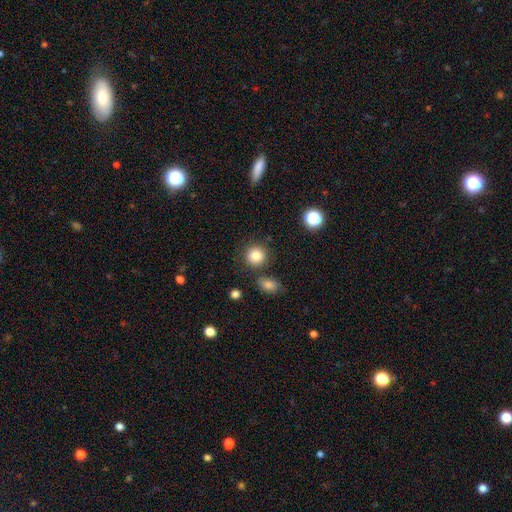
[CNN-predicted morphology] smooth 85%, star or artifact 10%, featured or disk 5%. Down the decision tree: how rounded — round (90%); merging — none (81%).